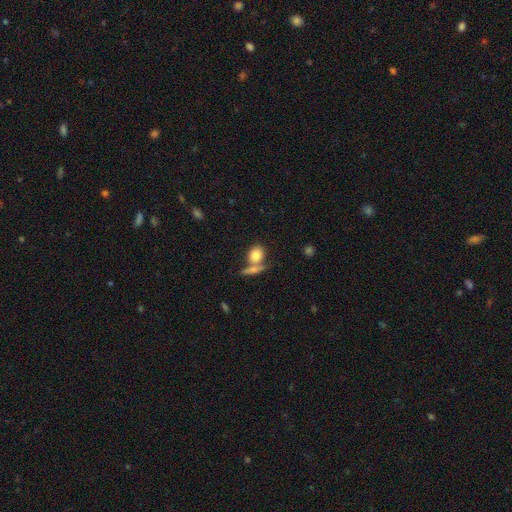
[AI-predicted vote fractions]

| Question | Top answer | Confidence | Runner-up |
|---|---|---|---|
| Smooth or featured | smooth | 79% | featured or disk (12%) |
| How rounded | round | 63% | in between (32%) |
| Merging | none | 51% | merger (34%) |